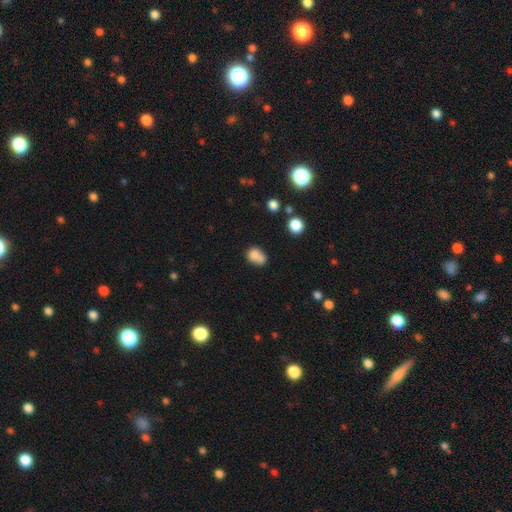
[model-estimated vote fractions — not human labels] Overall: smooth (78%). How rounded: in between (58%; round 40%). Merging: none (39%; merger 34%).